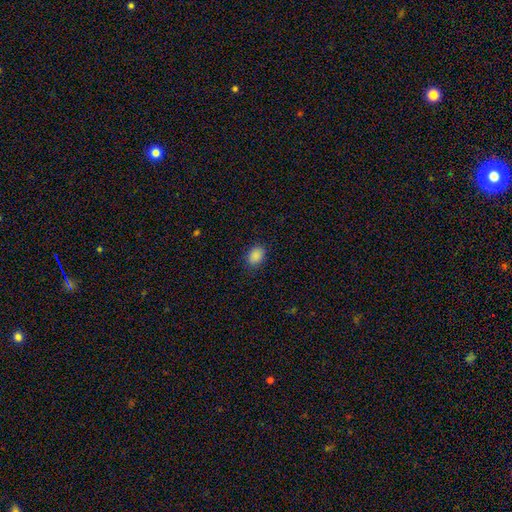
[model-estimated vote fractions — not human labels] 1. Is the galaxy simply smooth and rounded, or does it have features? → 88% smooth, 9% star or artifact, 3% featured or disk.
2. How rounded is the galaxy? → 69% in between, 30% round, 1% cigar-shaped.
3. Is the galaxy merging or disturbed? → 86% none, 10% minor disturbance, 3% major disturbance, 1% merger.